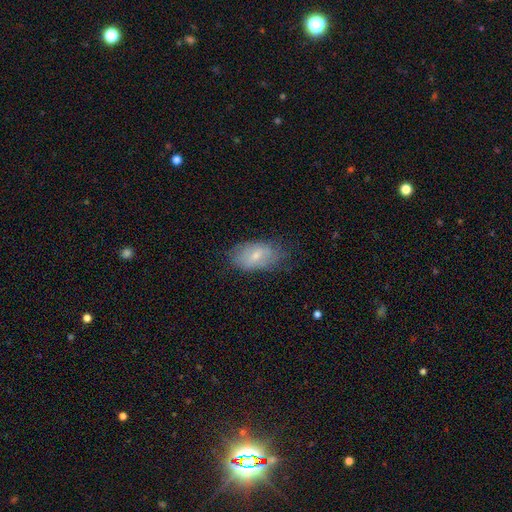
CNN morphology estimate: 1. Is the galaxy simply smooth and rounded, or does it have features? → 54% smooth, 38% featured or disk, 8% star or artifact.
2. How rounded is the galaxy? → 91% in between, 6% round, 3% cigar-shaped.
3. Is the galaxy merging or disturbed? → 63% none, 26% minor disturbance, 9% major disturbance, 1% merger.